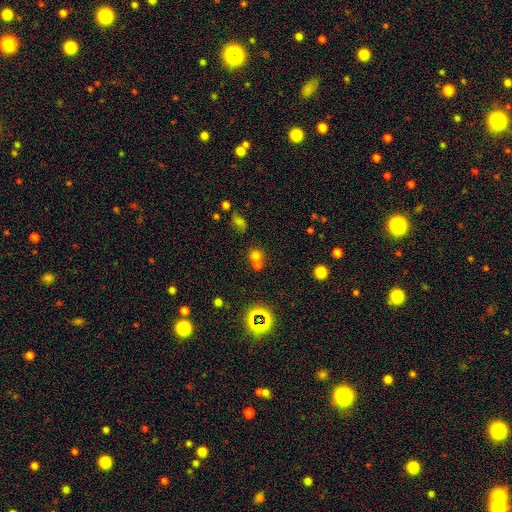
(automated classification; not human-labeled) This is likely a smooth galaxy (63%). How rounded: clearly round (83%). Merging: possibly none (46%).